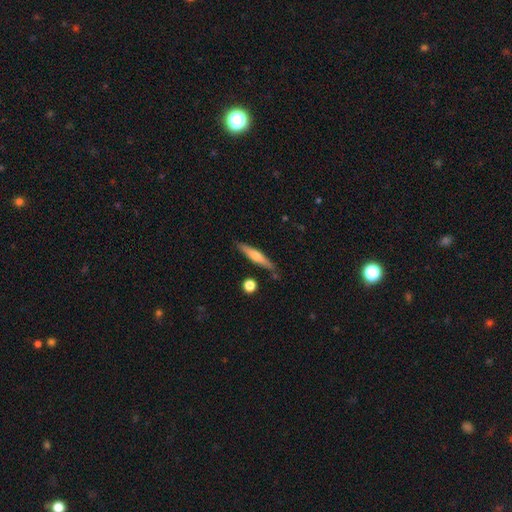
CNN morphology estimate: Smooth or featured? featured or disk (50%)
Edge-on disk? yes (95%)
Merging? none (82%)